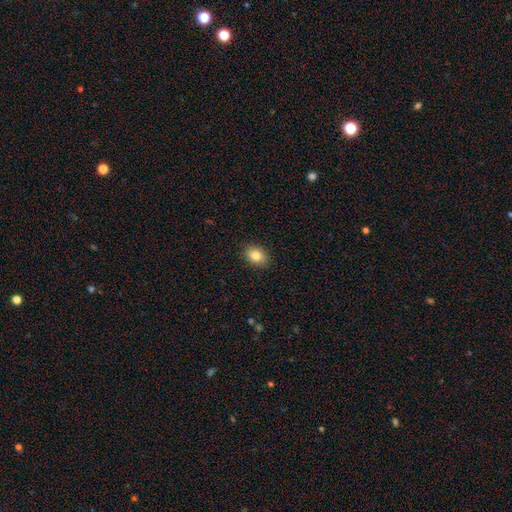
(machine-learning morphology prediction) Smooth or featured? Predicted: smooth (p=0.84). How rounded? Predicted: in between (p=0.65). Merging? Predicted: none (p=0.89).